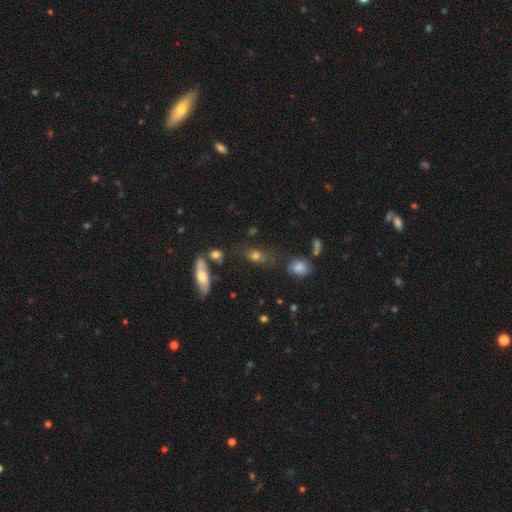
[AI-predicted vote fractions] smooth_or_featured: smooth (p=0.70) [alt: featured or disk p=0.16]
how_rounded: in between (p=0.72) [alt: round p=0.17]
merging: none (p=0.56) [alt: minor disturbance p=0.23]